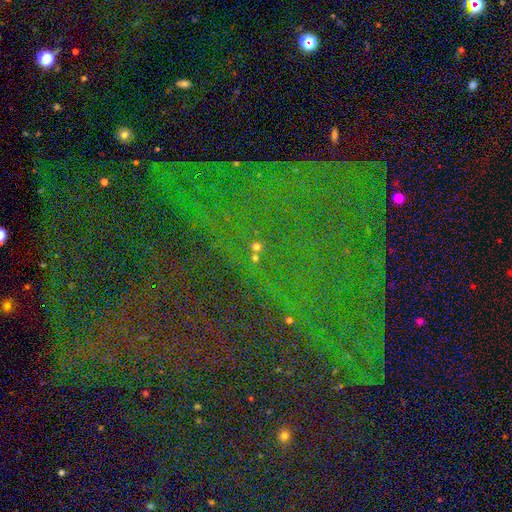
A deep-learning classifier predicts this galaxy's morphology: smooth-or-featured: star or artifact: 82% | smooth: 9% | featured or disk: 8%